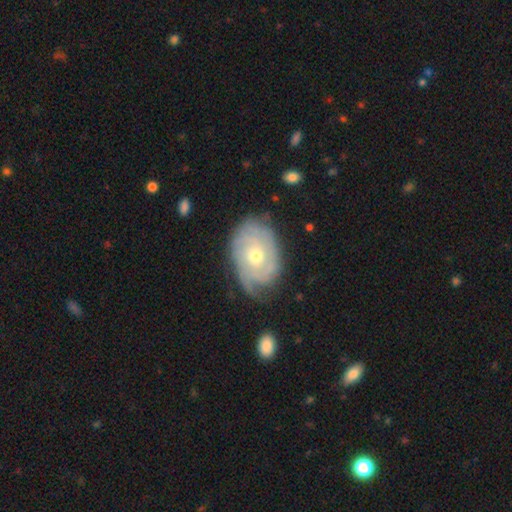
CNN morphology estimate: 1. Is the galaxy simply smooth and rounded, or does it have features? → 77% featured or disk, 17% smooth, 6% star or artifact.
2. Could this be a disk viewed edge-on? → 96% no, 4% yes.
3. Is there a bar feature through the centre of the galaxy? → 79% no, 18% weak, 3% strong.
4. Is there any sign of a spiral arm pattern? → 90% yes, 10% no.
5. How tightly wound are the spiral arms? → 72% tight, 21% medium, 7% loose.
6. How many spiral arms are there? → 46% can't tell, 17% 3, 17% 2, 10% 4, 5% 1, 5% more than 4.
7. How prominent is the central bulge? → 49% moderate, 47% small, 2% large, 1% none, 1% dominant.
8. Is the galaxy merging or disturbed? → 68% none, 23% minor disturbance, 8% major disturbance, 2% merger.